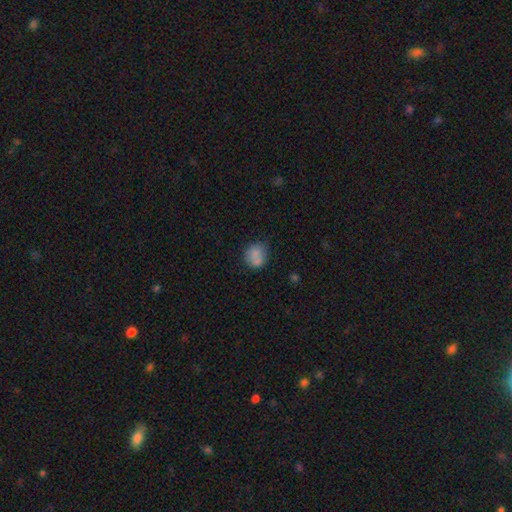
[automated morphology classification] A smooth galaxy with no disk features (80%) that is round (74%). Merging: none (58%).